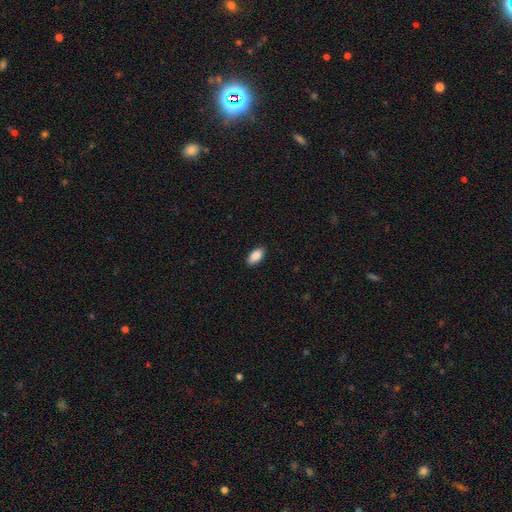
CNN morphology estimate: The model was most divided on "merging": none: 89%, minor disturbance: 9%, major disturbance: 2%, merger: 1%. More confident: how rounded — in between (93%); smooth or featured — smooth (89%).